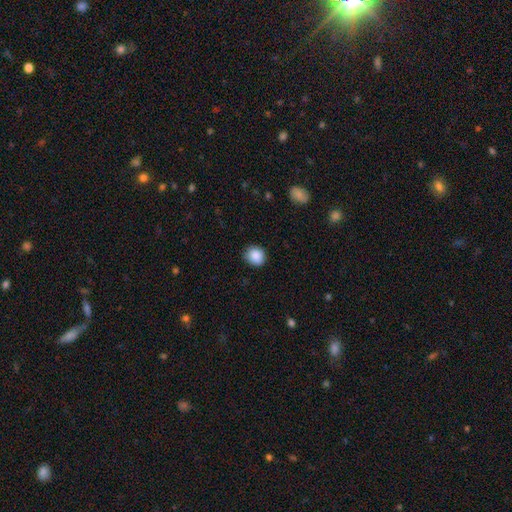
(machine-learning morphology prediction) A smooth galaxy with no disk features (89%) that is round (80%). Merging: none (86%).